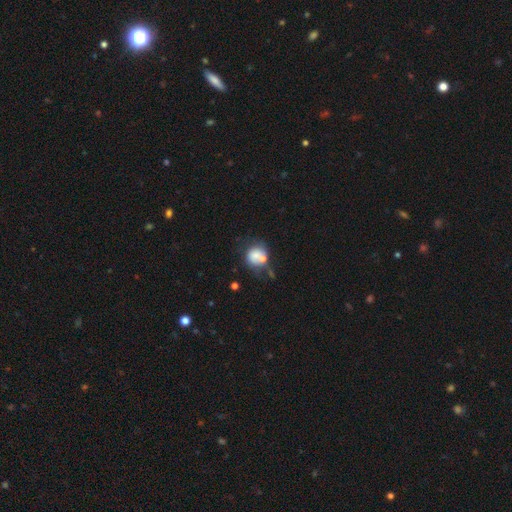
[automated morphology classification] Overall: smooth (70%). How rounded: round (75%). Merging: none (37%; merger 33%).